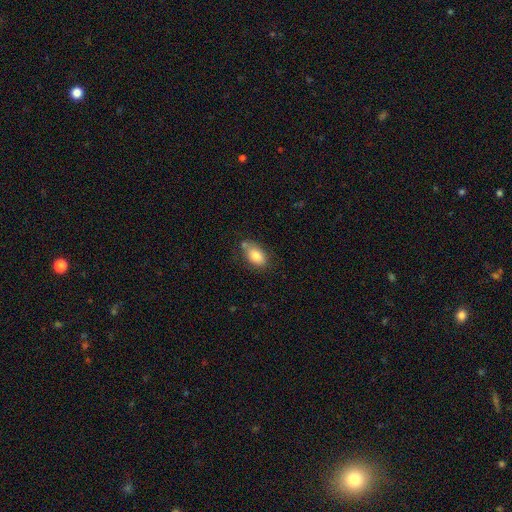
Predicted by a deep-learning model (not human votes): Morphology: type=smooth (83%); roundness=in between (90%); merging=none (66%).